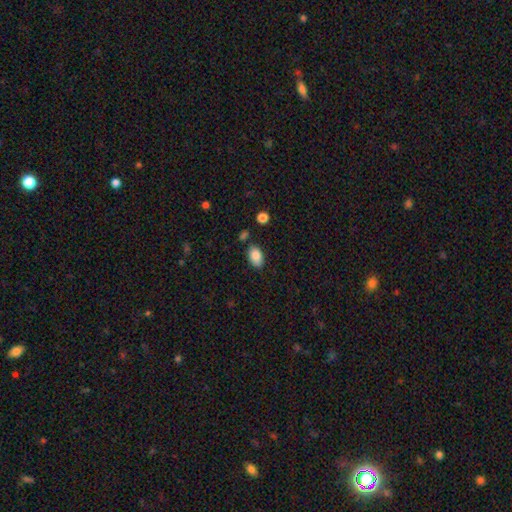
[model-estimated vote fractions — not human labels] smooth_or_featured: smooth (p=0.87) [alt: star or artifact p=0.08]
how_rounded: in between (p=0.91) [alt: round p=0.08]
merging: none (p=0.78) [alt: minor disturbance p=0.14]